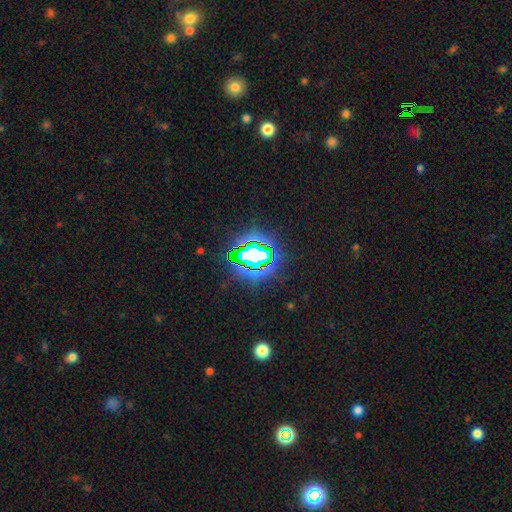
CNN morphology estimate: Smooth or featured? Predicted: star or artifact (p=0.74).